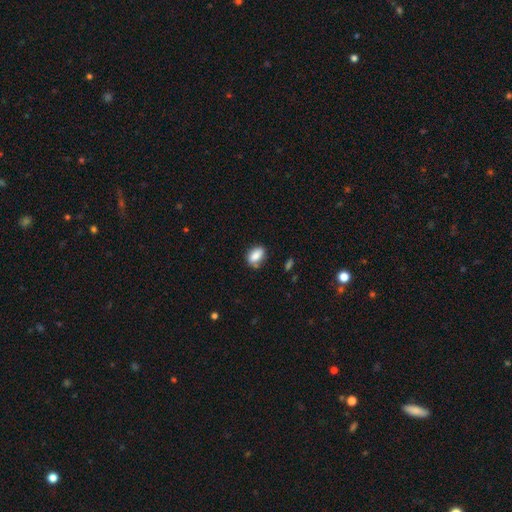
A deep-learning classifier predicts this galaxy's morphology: smooth_or_featured: smooth (p=0.84) [alt: featured or disk p=0.08]
how_rounded: in between (p=0.84) [alt: round p=0.12]
merging: none (p=0.65) [alt: minor disturbance p=0.25]